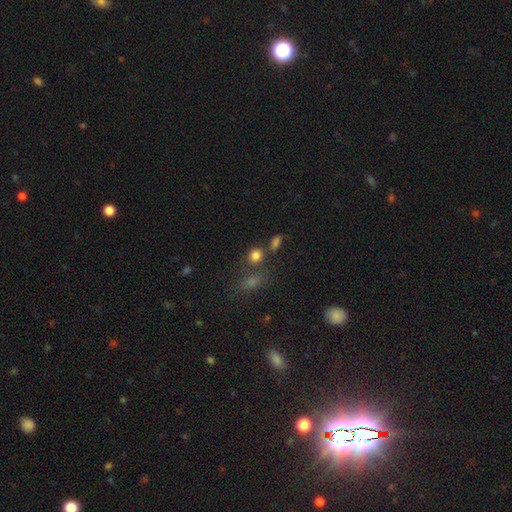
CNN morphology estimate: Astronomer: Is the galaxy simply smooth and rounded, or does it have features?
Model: smooth — 80%.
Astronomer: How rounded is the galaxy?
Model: round — 69%.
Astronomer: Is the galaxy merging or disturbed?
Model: none — 61%.